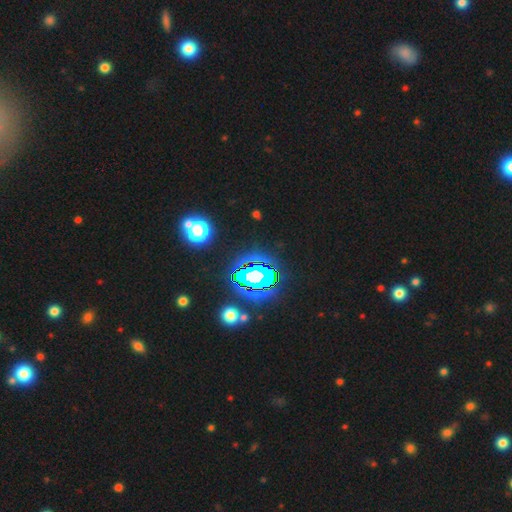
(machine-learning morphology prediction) type=star or artifact (81%).